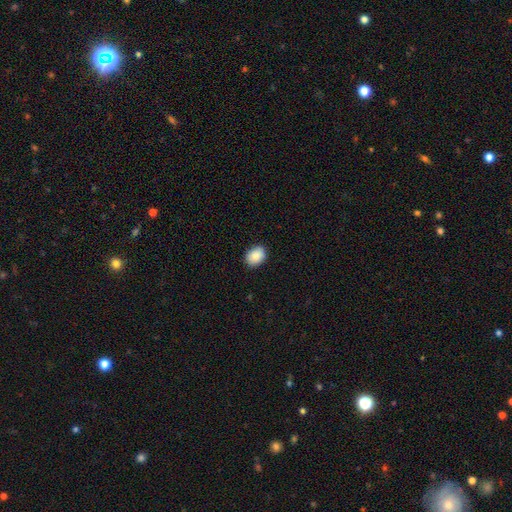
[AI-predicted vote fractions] This is clearly a smooth galaxy (88%). How rounded: possibly in between (60%). Merging: clearly none (88%).